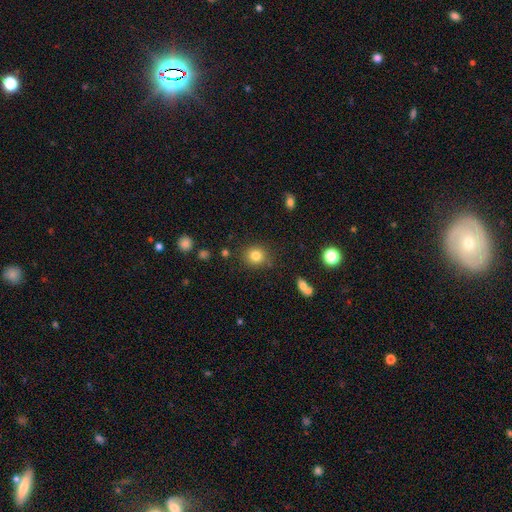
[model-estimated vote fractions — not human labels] Q: Smooth or featured?
A: smooth (82%); runner-up: star or artifact (12%)
Q: How rounded?
A: round (83%); runner-up: in between (16%)
Q: Merging?
A: none (85%); runner-up: minor disturbance (9%)